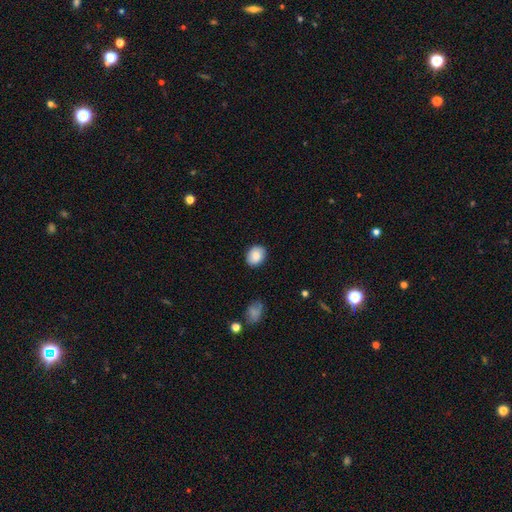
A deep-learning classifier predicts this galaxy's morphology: smooth 84%, featured or disk 9%, star or artifact 7%. Down the decision tree: how rounded — round (51%); merging — none (86%).